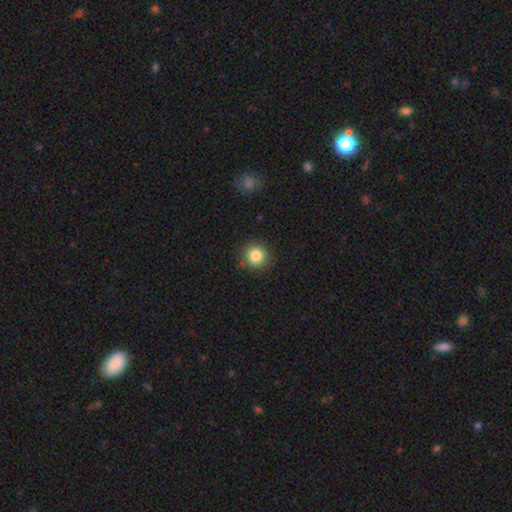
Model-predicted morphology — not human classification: Smooth or featured: smooth — 84% (star or artifact — 10%)
How rounded: round — 93% (in between — 6%)
Merging: none — 87% (minor disturbance — 9%)